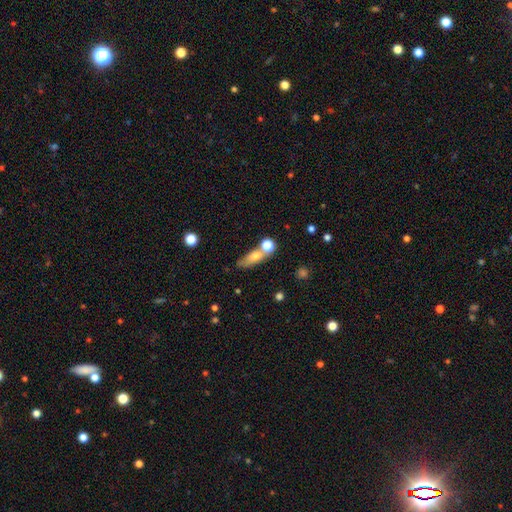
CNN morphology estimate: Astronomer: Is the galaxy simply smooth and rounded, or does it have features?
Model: smooth — 66%.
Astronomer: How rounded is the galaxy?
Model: in between — 53% (runner-up: cigar-shaped, 34%).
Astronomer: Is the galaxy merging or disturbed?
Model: none — 50% (runner-up: merger, 25%).